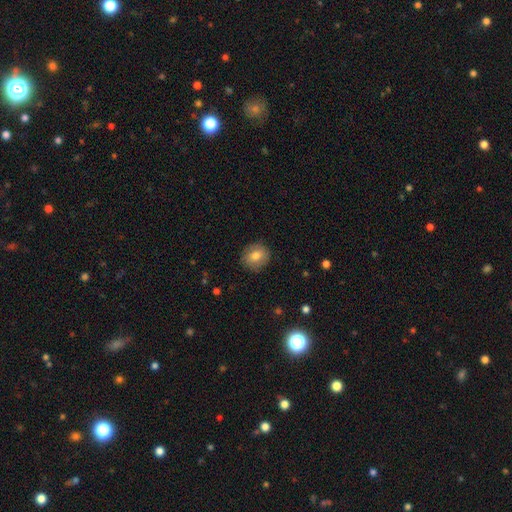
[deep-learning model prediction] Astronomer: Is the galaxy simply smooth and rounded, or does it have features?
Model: smooth — 75%.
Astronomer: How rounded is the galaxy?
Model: round — 75%.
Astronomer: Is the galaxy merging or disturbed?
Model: none — 86%.